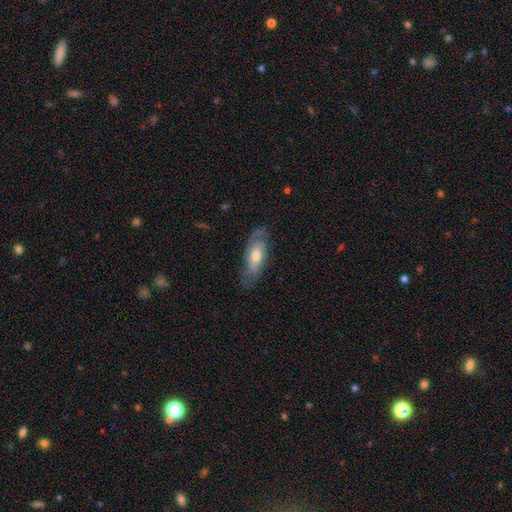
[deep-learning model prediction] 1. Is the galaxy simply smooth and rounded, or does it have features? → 54% featured or disk, 39% smooth, 7% star or artifact.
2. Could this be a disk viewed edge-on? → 76% no, 24% yes.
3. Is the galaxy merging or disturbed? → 74% none, 19% minor disturbance, 6% major disturbance, 1% merger.